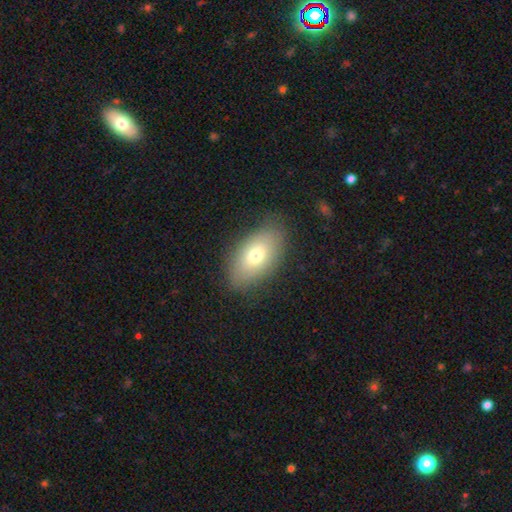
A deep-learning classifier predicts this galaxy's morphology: smooth_or_featured: smooth (p=0.72) [alt: featured or disk p=0.19]
how_rounded: in between (p=0.91) [alt: round p=0.06]
merging: none (p=0.81) [alt: minor disturbance p=0.14]